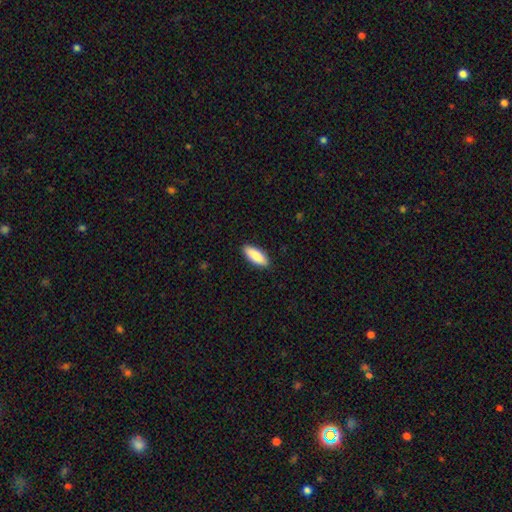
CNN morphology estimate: Smooth or featured? Predicted: smooth (p=0.88). How rounded? Predicted: in between (p=0.73). Merging? Predicted: none (p=0.90).